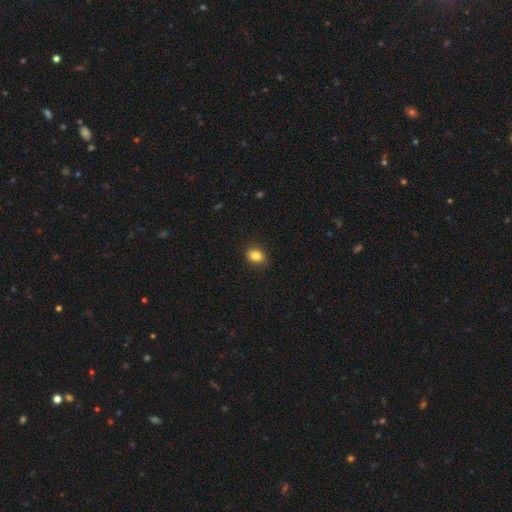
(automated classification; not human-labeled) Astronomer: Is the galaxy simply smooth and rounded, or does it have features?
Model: smooth — 84%.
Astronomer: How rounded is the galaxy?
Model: in between — 62%.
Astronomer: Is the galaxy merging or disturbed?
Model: none — 87%.